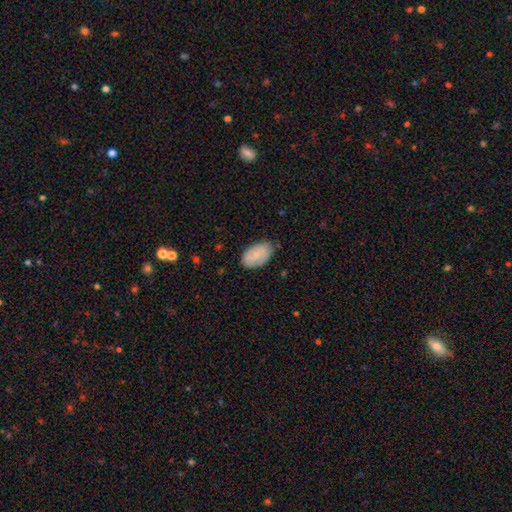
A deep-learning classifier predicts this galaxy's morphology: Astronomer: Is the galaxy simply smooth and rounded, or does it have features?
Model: smooth — 76%.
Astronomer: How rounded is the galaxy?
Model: in between — 94%.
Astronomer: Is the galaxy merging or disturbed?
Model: none — 74%.